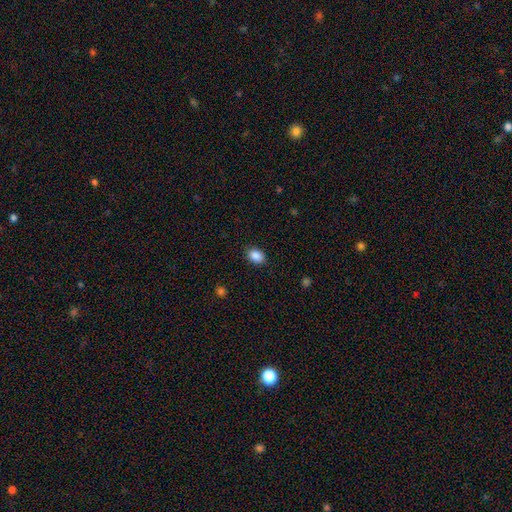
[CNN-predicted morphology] smooth_or_featured: smooth (p=0.89) [alt: star or artifact p=0.08]
how_rounded: in between (p=0.82) [alt: round p=0.16]
merging: none (p=0.87) [alt: minor disturbance p=0.10]